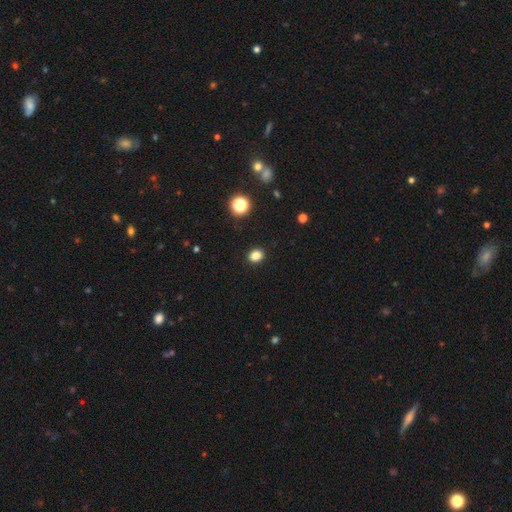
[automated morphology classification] Smooth or featured: smooth — 83% (star or artifact — 13%)
How rounded: round — 61% (in between — 38%)
Merging: none — 91% (minor disturbance — 6%)